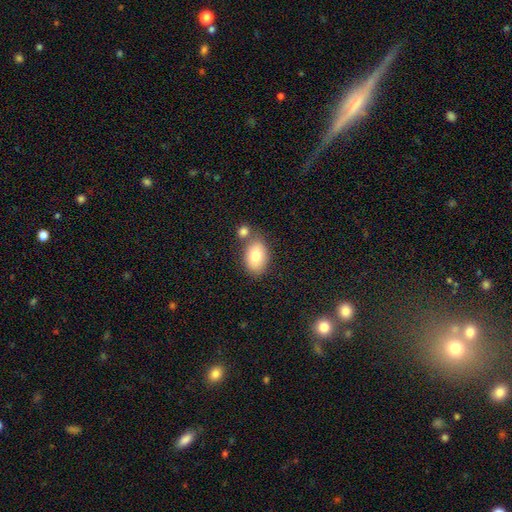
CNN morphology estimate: This is likely a smooth galaxy (79%). How rounded: clearly in between (85%). Merging: likely none (63%).